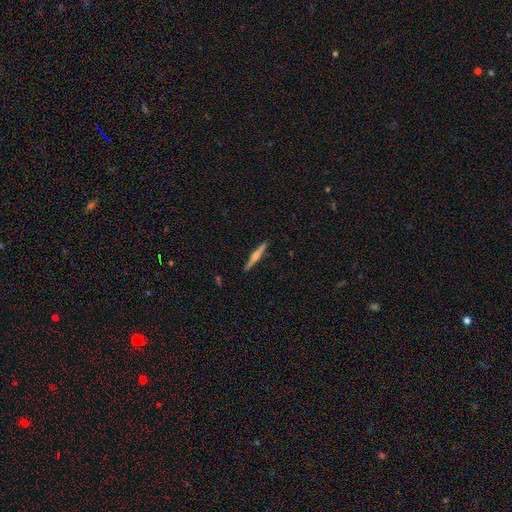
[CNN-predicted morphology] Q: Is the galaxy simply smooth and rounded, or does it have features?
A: featured or disk — 65%.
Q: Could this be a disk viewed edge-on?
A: yes — 98%.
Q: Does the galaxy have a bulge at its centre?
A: rounded — 85%.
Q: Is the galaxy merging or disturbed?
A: none — 91%.